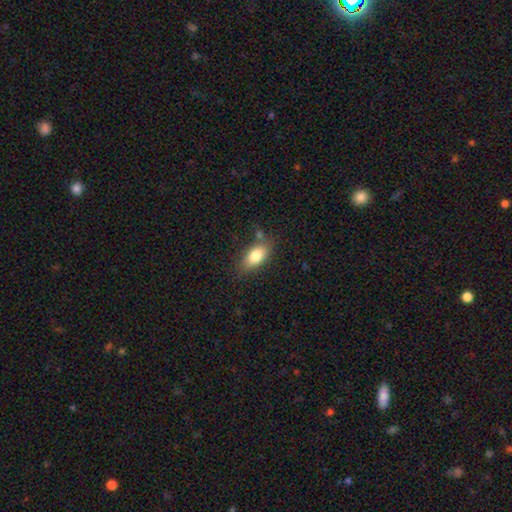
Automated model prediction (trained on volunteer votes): Q: Smooth or featured?
A: smooth (80%); runner-up: featured or disk (12%)
Q: How rounded?
A: in between (88%); runner-up: cigar-shaped (6%)
Q: Merging?
A: none (73%); runner-up: minor disturbance (17%)